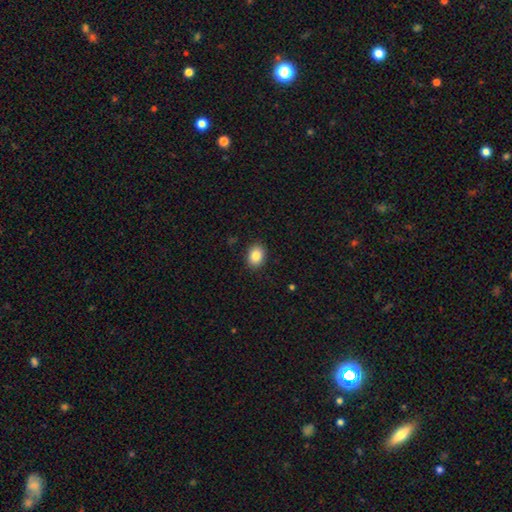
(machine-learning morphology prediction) Q: Smooth or featured?
A: smooth (87%); runner-up: star or artifact (8%)
Q: How rounded?
A: in between (60%); runner-up: round (40%)
Q: Merging?
A: none (89%); runner-up: minor disturbance (8%)